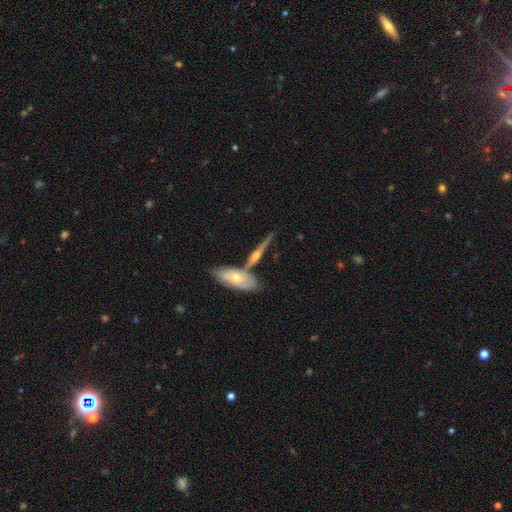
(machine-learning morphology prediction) featured or disk 68%, smooth 26%, star or artifact 6%. Down the decision tree: edge-on disk — yes (90%); edge-on bulge — rounded (85%); merging — none (58%).